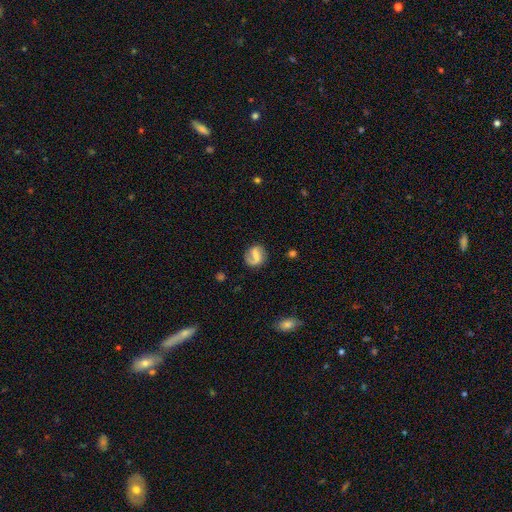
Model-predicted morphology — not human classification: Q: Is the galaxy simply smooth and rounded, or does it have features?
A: featured or disk — 53%.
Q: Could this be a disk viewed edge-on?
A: no — 97%.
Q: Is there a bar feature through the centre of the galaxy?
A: strong — 41%.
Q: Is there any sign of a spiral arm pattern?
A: yes — 82%.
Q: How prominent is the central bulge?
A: none — 52%.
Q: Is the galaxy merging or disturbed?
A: none — 70%.